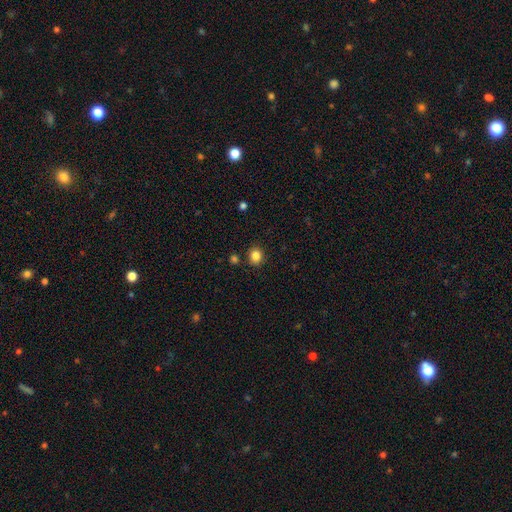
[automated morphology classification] A smooth galaxy with no disk features (84%) that is round (77%).

Vote fractions:
- Smooth or featured? smooth: 84% / star or artifact: 11% / featured or disk: 5%
- How rounded? round: 77% / in between: 22% / cigar-shaped: 1%
- Merging? none: 87% / minor disturbance: 7% / merger: 3% / major disturbance: 2%